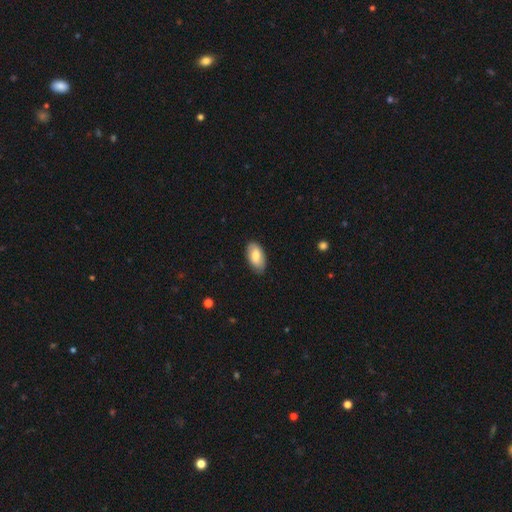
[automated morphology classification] Smooth or featured?
  - smooth: 75% *
  - featured or disk: 19%
  - star or artifact: 6%
How rounded?
  - in between: 95% *
  - round: 3%
  - cigar-shaped: 2%
Merging?
  - none: 82% *
  - minor disturbance: 14%
  - major disturbance: 3%
  - merger: 1%